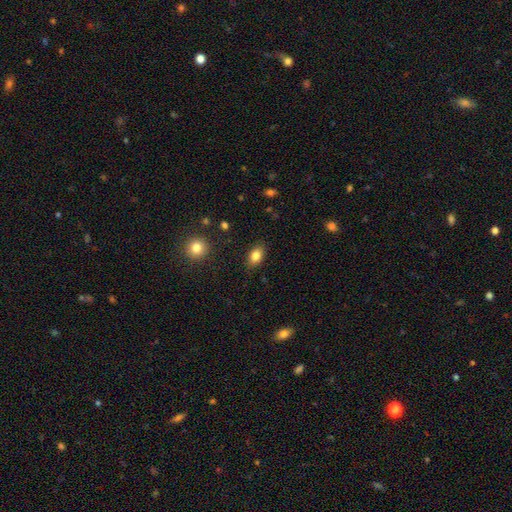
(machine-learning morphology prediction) smooth 83%, star or artifact 9%, featured or disk 8%. Down the decision tree: how rounded — in between (86%); merging — none (86%).